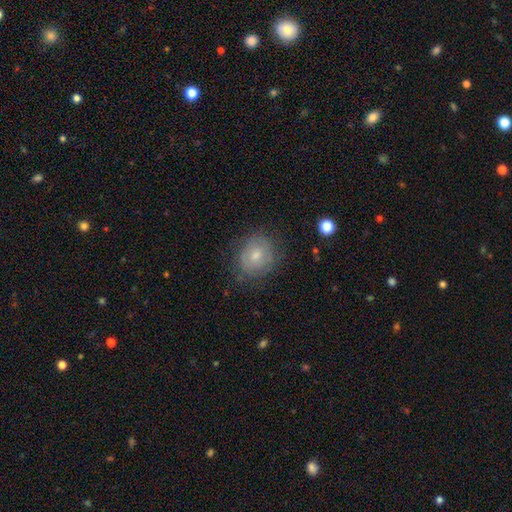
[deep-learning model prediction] Smooth or featured? Predicted: smooth (p=0.57). How rounded? Predicted: round (p=0.66). Merging? Predicted: none (p=0.73).